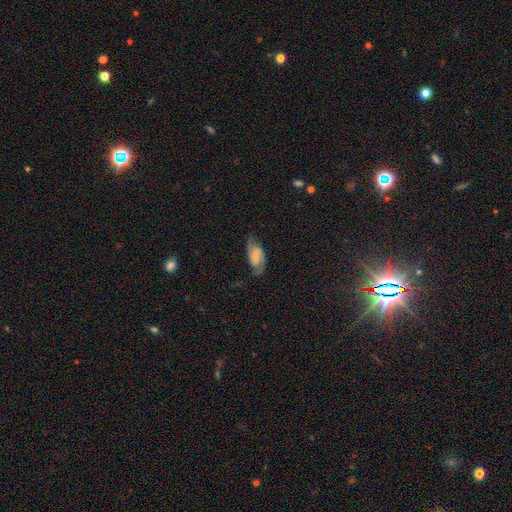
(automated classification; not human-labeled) featured or disk 74%, smooth 19%, star or artifact 7%. Down the decision tree: edge-on disk — no (96%); bar — weak (46%); spiral arms — yes (95%); spiral arm count — 2 (89%); spiral winding — medium (49%); bulge size — small (43%); merging — none (70%).